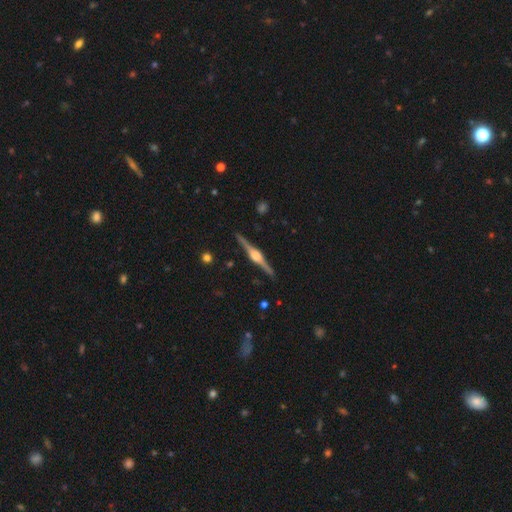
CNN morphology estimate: Smooth or featured: featured or disk — 89% (smooth — 6%)
Edge-on disk: yes — 99% (no — 1%)
Edge-on bulge: rounded — 88% (boxy — 10%)
Merging: none — 91% (minor disturbance — 6%)